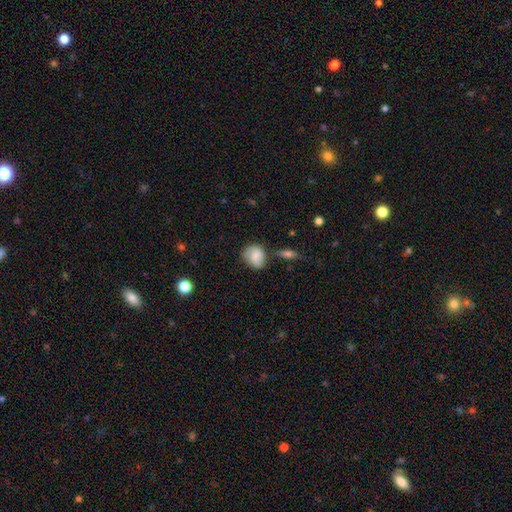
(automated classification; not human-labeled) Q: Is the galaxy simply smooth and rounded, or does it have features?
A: smooth — 65%.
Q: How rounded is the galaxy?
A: round — 63%.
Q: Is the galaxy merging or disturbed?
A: none — 60%.